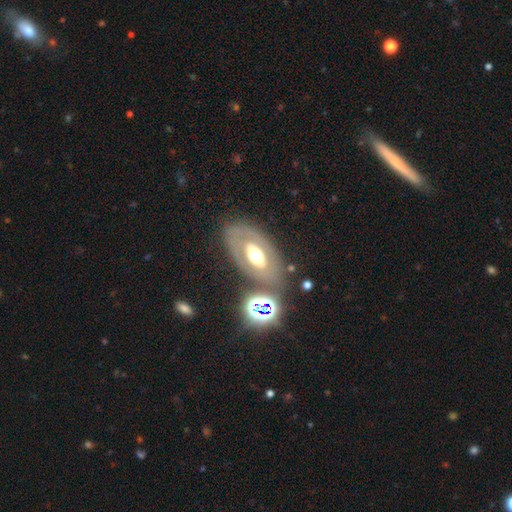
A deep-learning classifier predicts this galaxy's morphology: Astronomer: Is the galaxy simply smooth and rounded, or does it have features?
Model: featured or disk — 57% (runner-up: smooth, 33%).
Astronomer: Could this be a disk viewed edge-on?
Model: no — 87%.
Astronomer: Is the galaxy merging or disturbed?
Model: none — 71%.